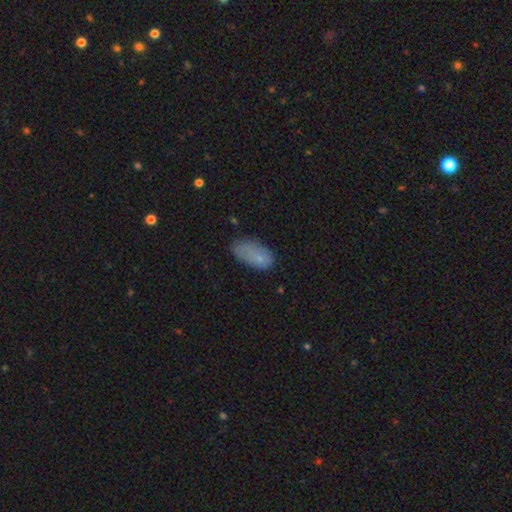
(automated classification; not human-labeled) smooth 74%, featured or disk 15%, star or artifact 11%. Down the decision tree: how rounded — in between (91%); merging — none (50%).